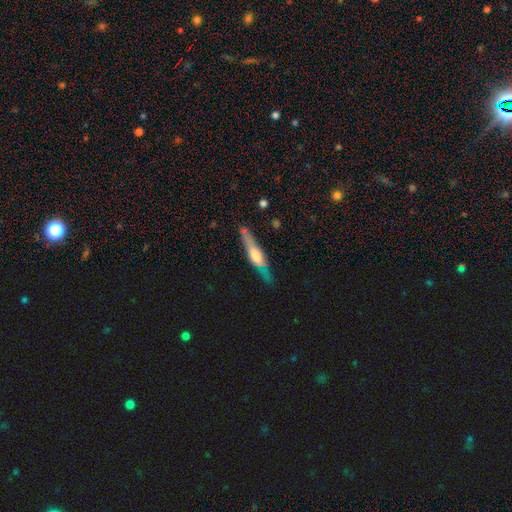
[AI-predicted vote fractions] This appears to be a featured or disk galaxy (63%) viewed edge-on (92%) with a rounded central bulge (75%). Merging: none (77%).